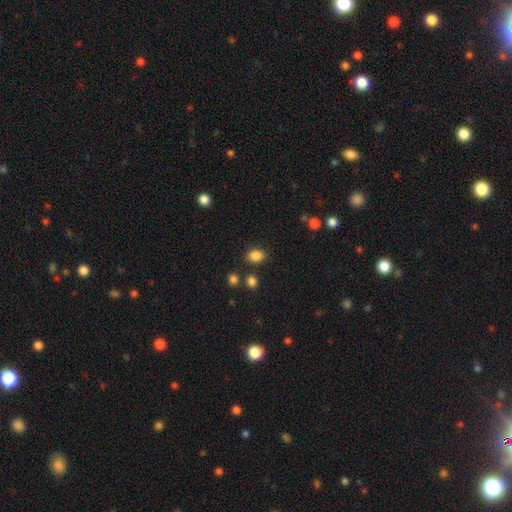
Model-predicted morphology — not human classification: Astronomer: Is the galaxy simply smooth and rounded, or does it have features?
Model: smooth — 85%.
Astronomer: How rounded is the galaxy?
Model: in between — 65%.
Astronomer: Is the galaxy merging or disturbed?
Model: none — 81%.